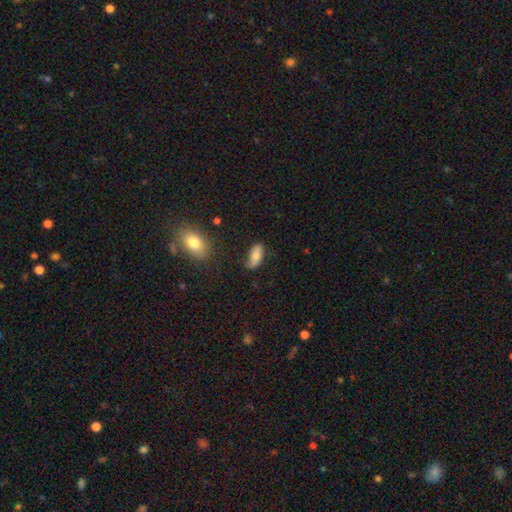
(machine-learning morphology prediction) The model was most divided on "merging": none: 67%, minor disturbance: 24%, major disturbance: 6%, merger: 3%. More confident: how rounded — in between (80%); smooth or featured — smooth (69%).